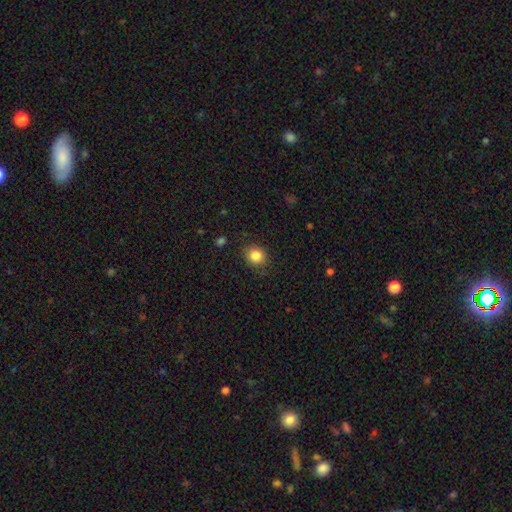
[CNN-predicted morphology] This is clearly a smooth galaxy (85%). How rounded: clearly round (80%). Merging: clearly none (86%).